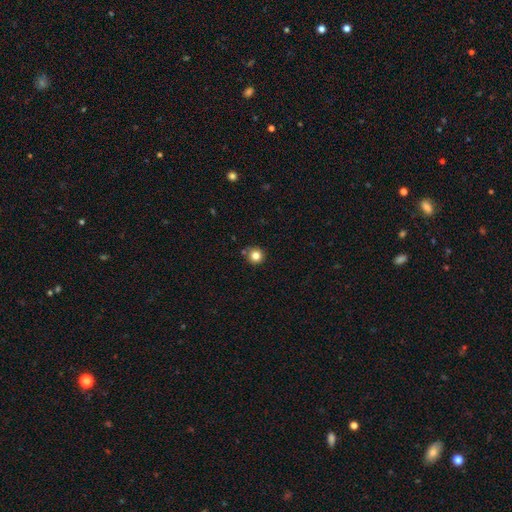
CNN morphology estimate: This appears to be a smooth galaxy with no disk features (82%) that is round (94%). Merging: none (82%).